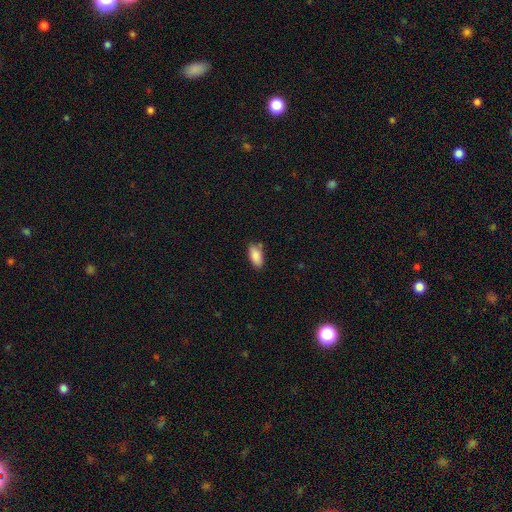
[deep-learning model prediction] This appears to be a smooth galaxy with no disk features (87%) that is in between round and cigar-shaped (90%). Merging: none (76%).